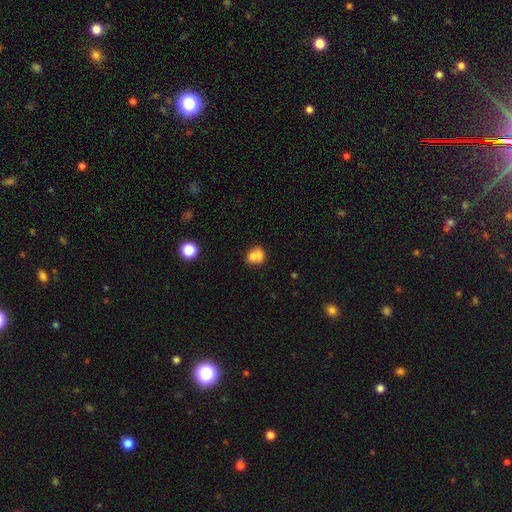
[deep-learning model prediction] Morphology: type=smooth (71%); roundness=round (64%); merging=merger (59%).